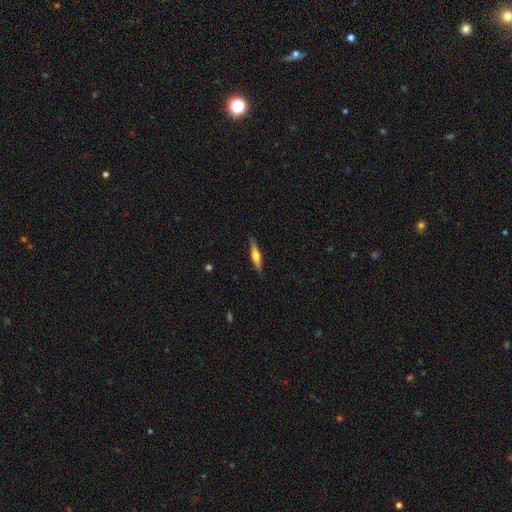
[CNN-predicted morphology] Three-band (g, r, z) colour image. It shows a featured or disk galaxy (55%) viewed edge-on (95%) with a rounded central bulge (91%). Merging: none (89%).